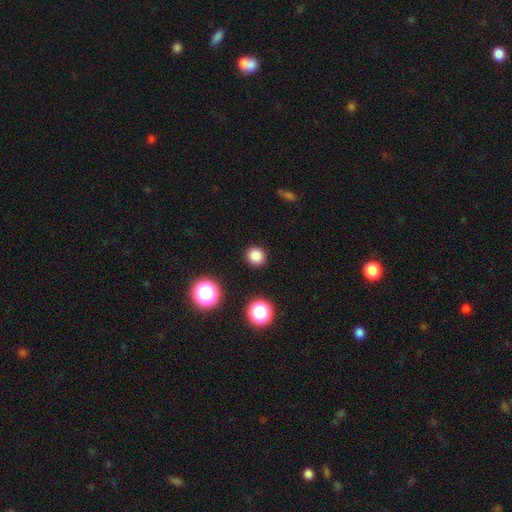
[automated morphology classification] Q: Smooth or featured?
A: smooth (83%); runner-up: star or artifact (13%)
Q: How rounded?
A: round (90%); runner-up: in between (9%)
Q: Merging?
A: none (91%); runner-up: minor disturbance (5%)